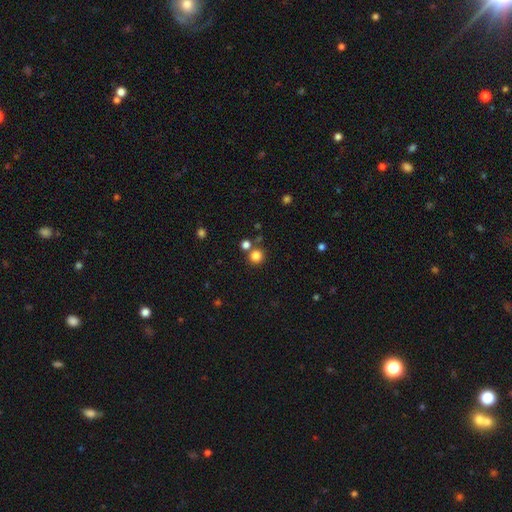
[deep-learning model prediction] smooth 81%, star or artifact 13%, featured or disk 5%. Down the decision tree: how rounded — round (93%); merging — none (75%).